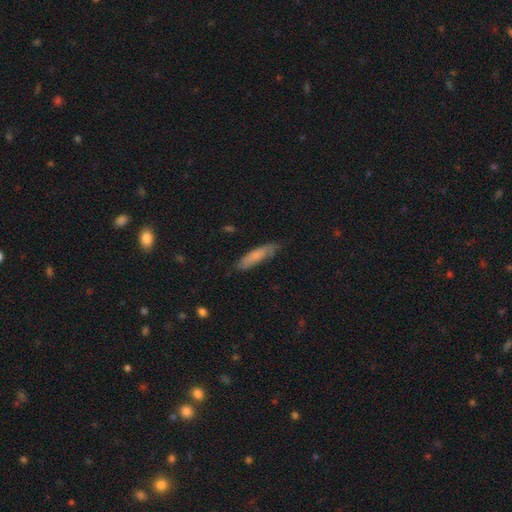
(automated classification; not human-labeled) smooth-or-featured: smooth: 67% | featured or disk: 27% | star or artifact: 6%
  how-rounded: cigar-shaped: 67% | in between: 31% | round: 2%
  merging: none: 69% | minor disturbance: 24% | major disturbance: 5% | merger: 2%